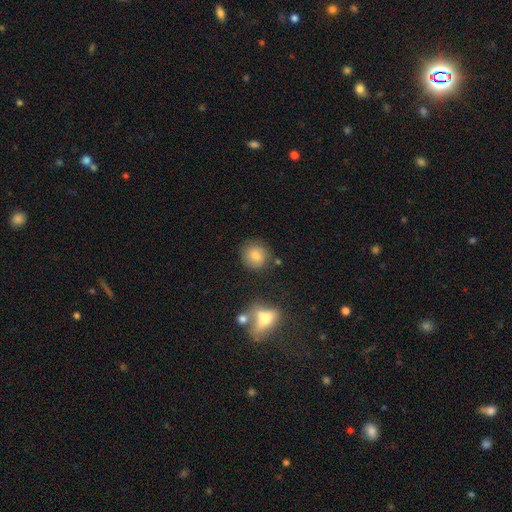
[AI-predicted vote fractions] smooth 79%, featured or disk 11%, star or artifact 10%. Down the decision tree: how rounded — round (89%); merging — none (80%).